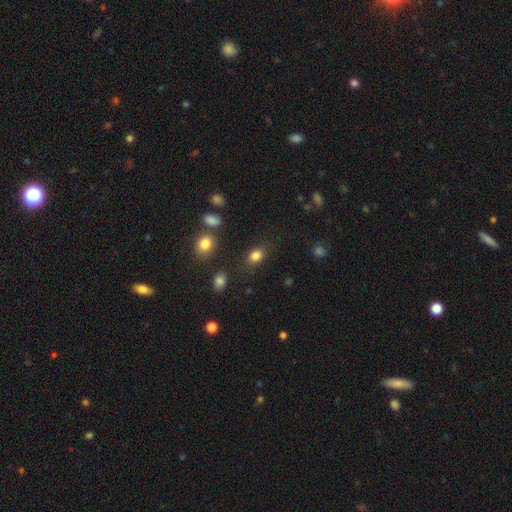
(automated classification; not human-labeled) Q: Smooth or featured?
A: smooth (83%); runner-up: star or artifact (11%)
Q: How rounded?
A: in between (70%); runner-up: round (28%)
Q: Merging?
A: none (79%); runner-up: minor disturbance (13%)